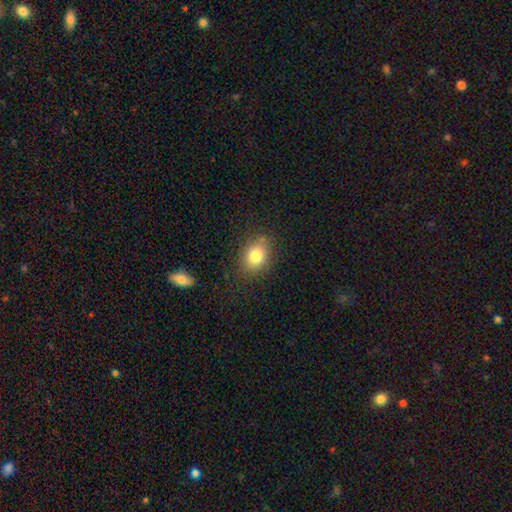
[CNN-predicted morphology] The model was most divided on "how rounded": in between: 56%, round: 43%, cigar-shaped: 1%. More confident: smooth or featured — smooth (81%); merging — none (78%).